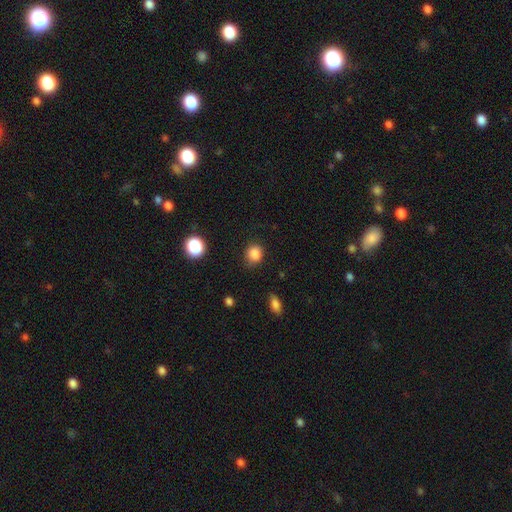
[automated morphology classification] smooth_or_featured: smooth (p=0.86) [alt: star or artifact p=0.11]
how_rounded: round (p=0.73) [alt: in between p=0.26]
merging: none (p=0.77) [alt: minor disturbance p=0.17]